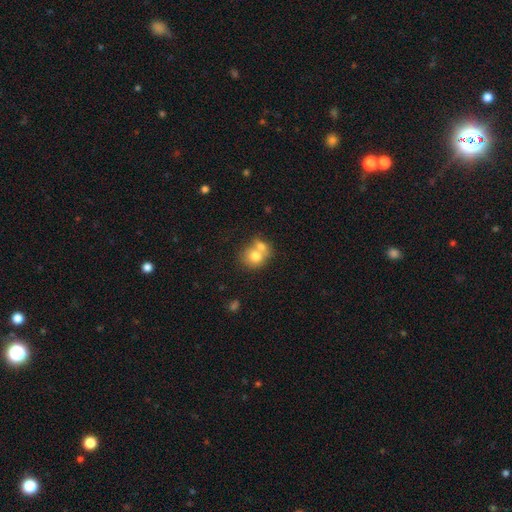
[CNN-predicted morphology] This appears to be a smooth galaxy with no disk features (73%) that is round (70%). Merging: merger (60%).